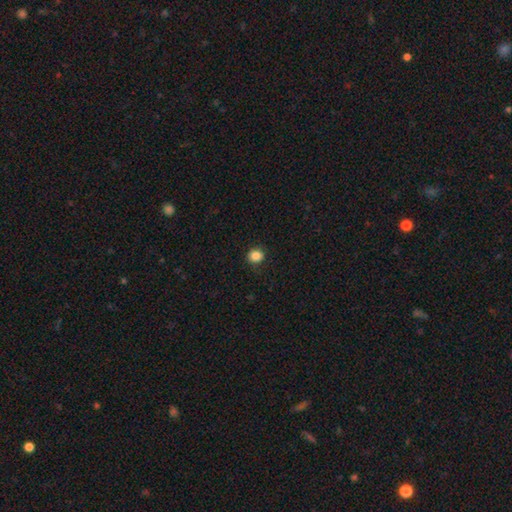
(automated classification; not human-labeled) Smooth or featured: smooth — 86% (star or artifact — 11%)
How rounded: round — 82% (in between — 17%)
Merging: none — 87% (minor disturbance — 9%)